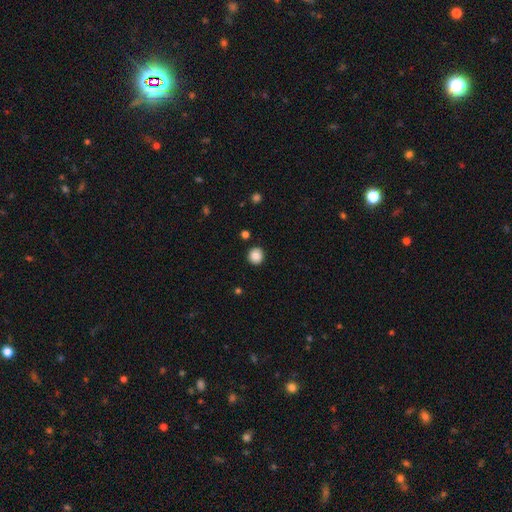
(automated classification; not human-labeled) A smooth galaxy with no disk features (87%) that is round (92%). Merging: none (89%).